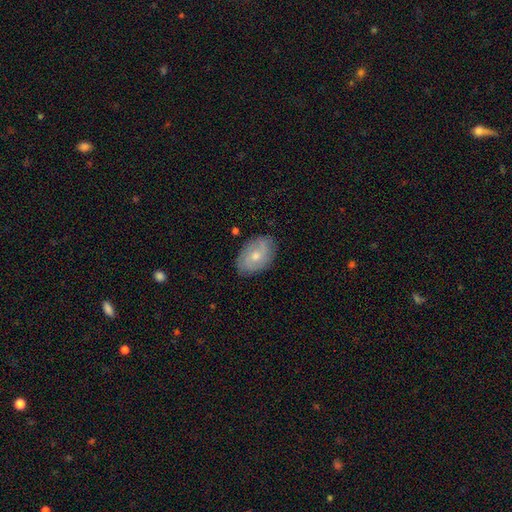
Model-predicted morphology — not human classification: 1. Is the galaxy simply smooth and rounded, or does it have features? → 50% featured or disk, 43% smooth, 7% star or artifact.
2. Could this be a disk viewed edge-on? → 94% no, 6% yes.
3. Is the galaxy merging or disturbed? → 79% none, 16% minor disturbance, 4% major disturbance, 1% merger.